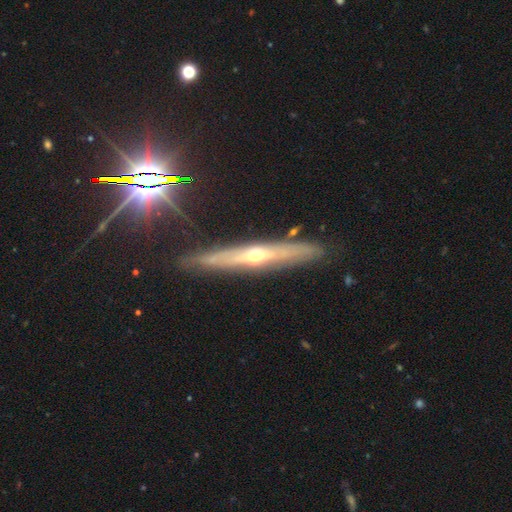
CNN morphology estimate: smooth_or_featured: featured or disk (p=0.71) [alt: smooth p=0.22]
disk_edge_on: yes (p=0.89) [alt: no p=0.11]
edge_on_bulge: rounded (p=0.84) [alt: none p=0.14]
merging: none (p=0.85) [alt: minor disturbance p=0.11]